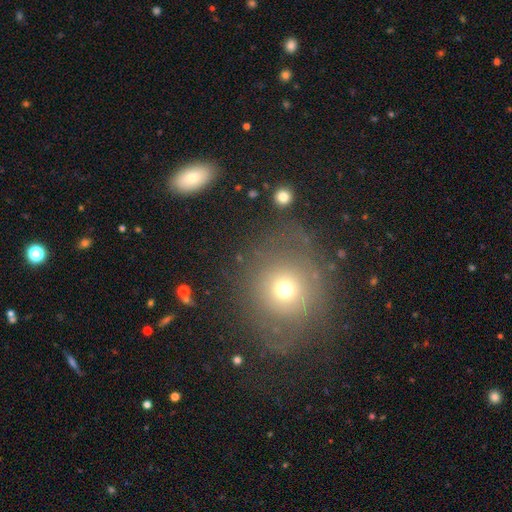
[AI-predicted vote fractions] Smooth or featured? smooth (50%)
How rounded? round (74%)
Merging? none (73%)